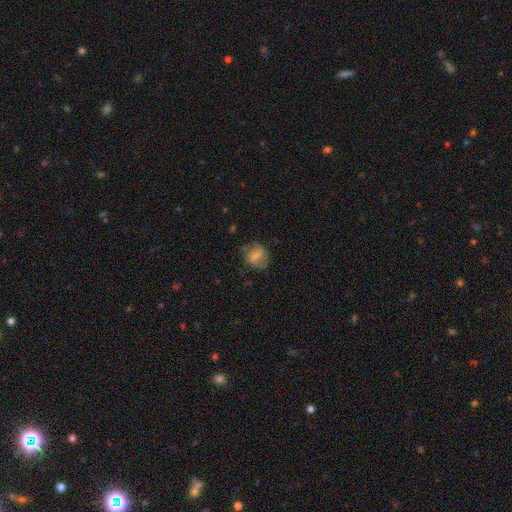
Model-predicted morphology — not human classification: Smooth or featured: smooth — 50% (featured or disk — 42%)
Merging: none — 67% (minor disturbance — 22%)